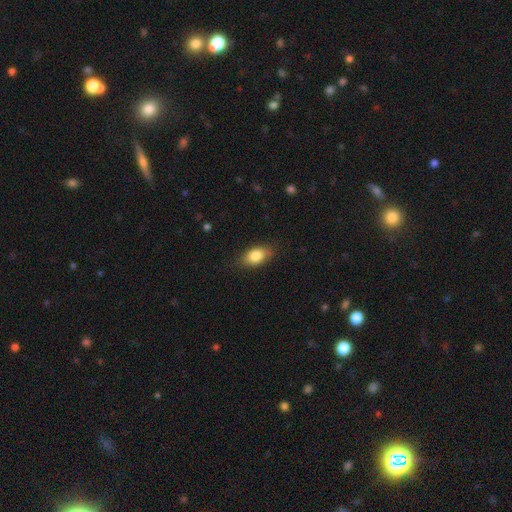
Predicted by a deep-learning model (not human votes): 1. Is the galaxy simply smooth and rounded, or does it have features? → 83% smooth, 9% featured or disk, 7% star or artifact.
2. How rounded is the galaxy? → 87% in between, 8% round, 4% cigar-shaped.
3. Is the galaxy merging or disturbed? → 81% none, 15% minor disturbance, 3% major disturbance, 1% merger.